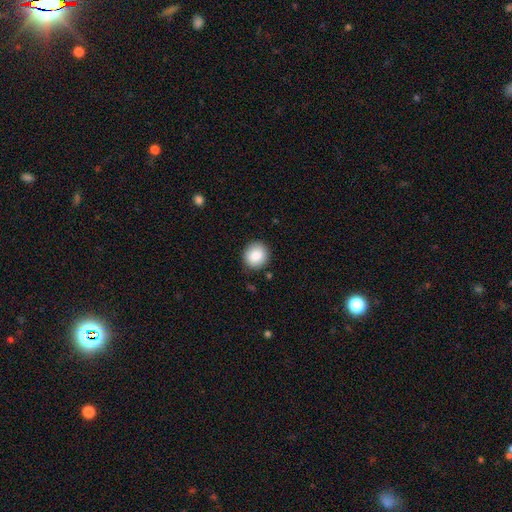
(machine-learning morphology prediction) This is clearly a smooth galaxy (86%). How rounded: clearly round (89%). Merging: clearly none (89%).